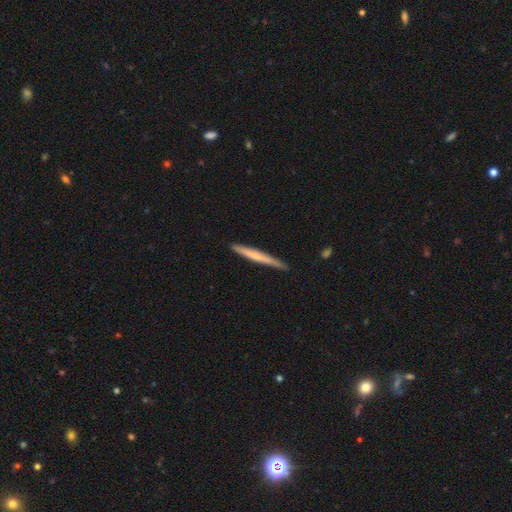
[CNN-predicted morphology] This appears to be a smooth galaxy with no disk features (50%). Merging: none (87%).